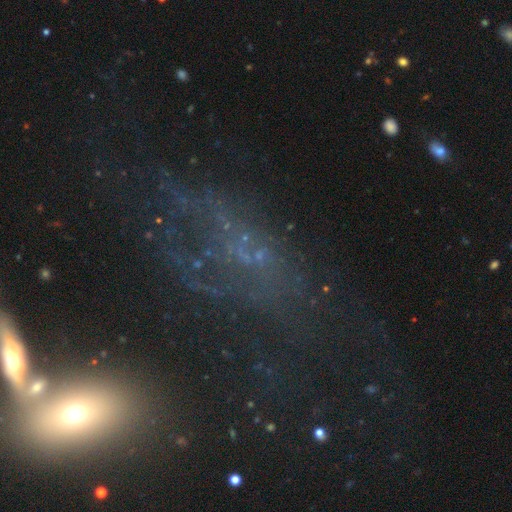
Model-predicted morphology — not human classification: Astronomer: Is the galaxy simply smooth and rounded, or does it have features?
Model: featured or disk — 46% (runner-up: smooth, 27%).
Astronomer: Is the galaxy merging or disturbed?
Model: none — 34% (runner-up: major disturbance, 33%).